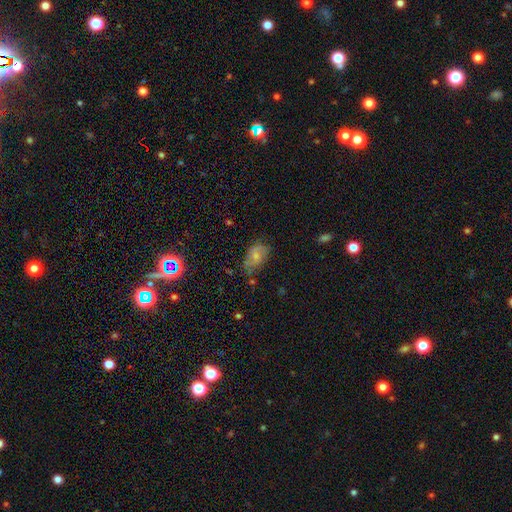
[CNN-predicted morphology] Smooth or featured? Predicted: smooth (p=0.59). How rounded? Predicted: in between (p=0.86). Merging? Predicted: none (p=0.55).